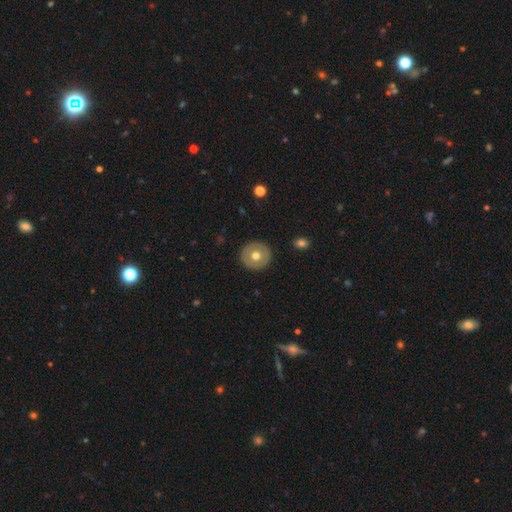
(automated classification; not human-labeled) The model was most divided on "smooth or featured": smooth: 61%, featured or disk: 32%, star or artifact: 7%. More confident: how rounded — round (93%); merging — none (91%).